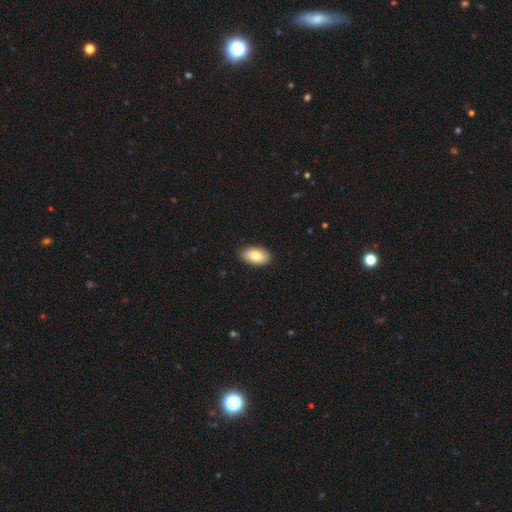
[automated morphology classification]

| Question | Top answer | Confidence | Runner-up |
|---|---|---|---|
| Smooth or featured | smooth | 82% | featured or disk (12%) |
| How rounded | in between | 94% | round (4%) |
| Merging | none | 89% | minor disturbance (9%) |